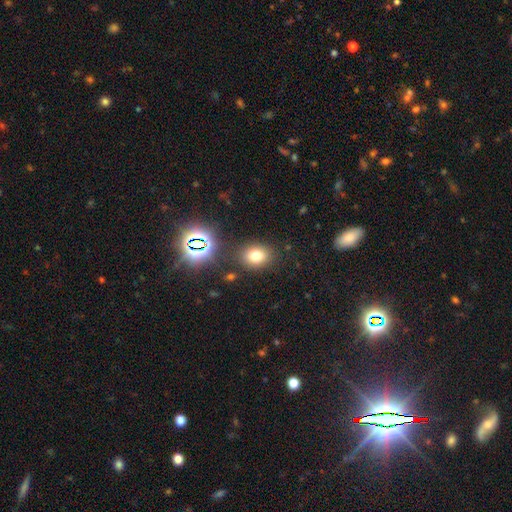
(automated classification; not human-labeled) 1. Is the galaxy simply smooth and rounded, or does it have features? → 72% smooth, 19% star or artifact, 9% featured or disk.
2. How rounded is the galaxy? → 49% round (tied), 49% in between (tied), 1% cigar-shaped.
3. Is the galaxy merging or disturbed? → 82% none, 10% minor disturbance, 4% merger, 4% major disturbance.